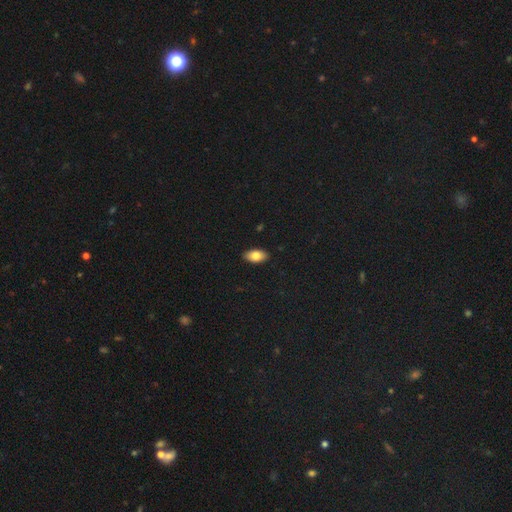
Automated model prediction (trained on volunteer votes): Morphology: type=smooth (82%); roundness=in between (93%); merging=none (89%).